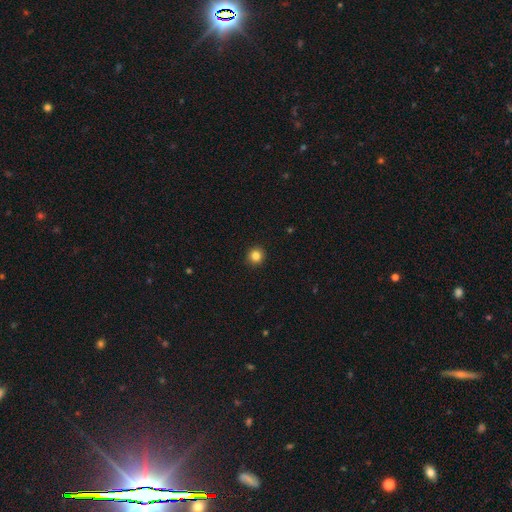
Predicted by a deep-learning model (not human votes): smooth_or_featured: smooth (p=0.84) [alt: star or artifact p=0.12]
how_rounded: round (p=0.94) [alt: in between p=0.05]
merging: none (p=0.93) [alt: minor disturbance p=0.04]